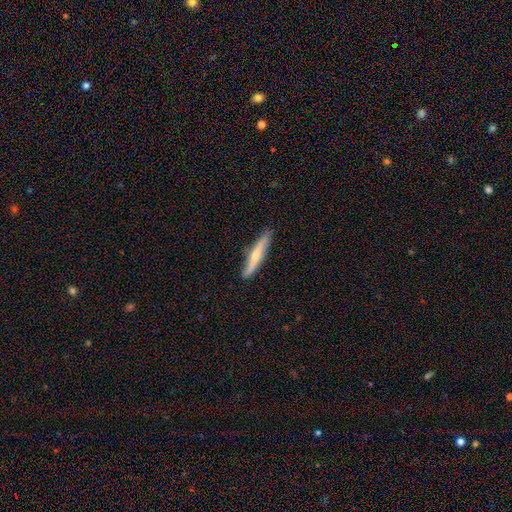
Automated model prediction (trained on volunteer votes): Q: Smooth or featured?
A: featured or disk (49%); runner-up: smooth (46%)
Q: Merging?
A: none (84%); runner-up: minor disturbance (12%)